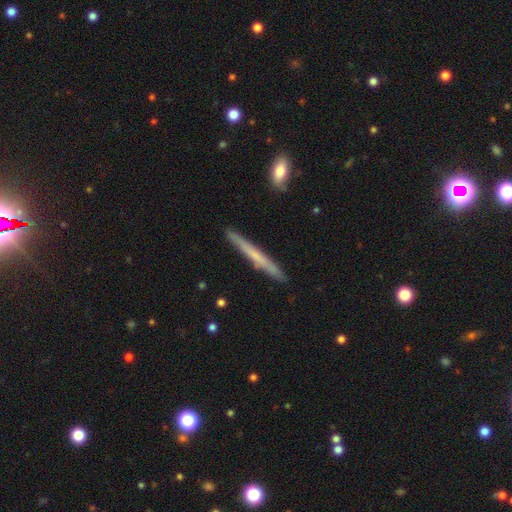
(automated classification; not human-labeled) Smooth or featured? smooth (48%)
Merging? none (89%)